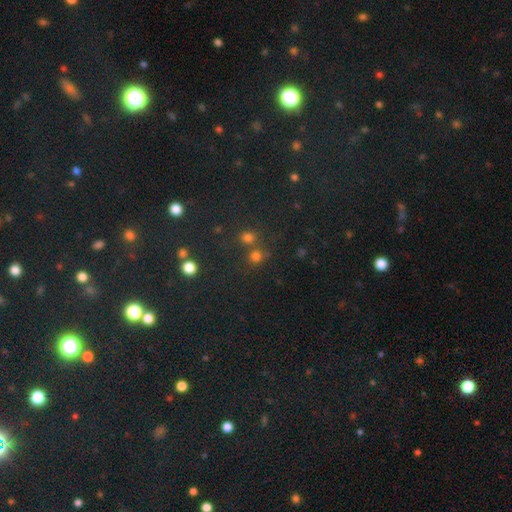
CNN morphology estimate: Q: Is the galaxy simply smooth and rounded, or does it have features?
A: smooth — 52%.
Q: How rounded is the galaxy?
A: round — 88%.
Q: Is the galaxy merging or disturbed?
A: none — 64%.